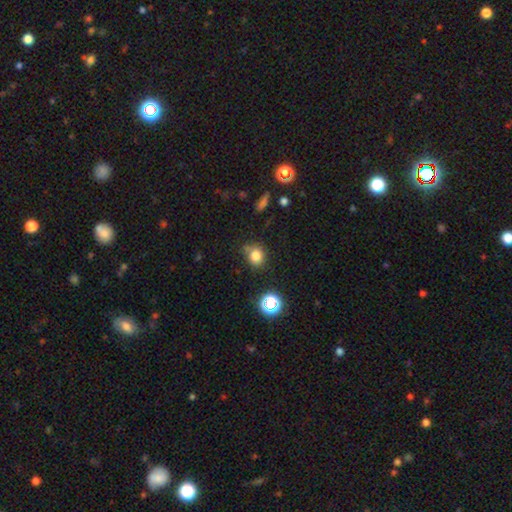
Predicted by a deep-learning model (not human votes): Q: Smooth or featured?
A: smooth (78%); runner-up: star or artifact (15%)
Q: How rounded?
A: round (69%); runner-up: in between (29%)
Q: Merging?
A: none (72%); runner-up: minor disturbance (17%)